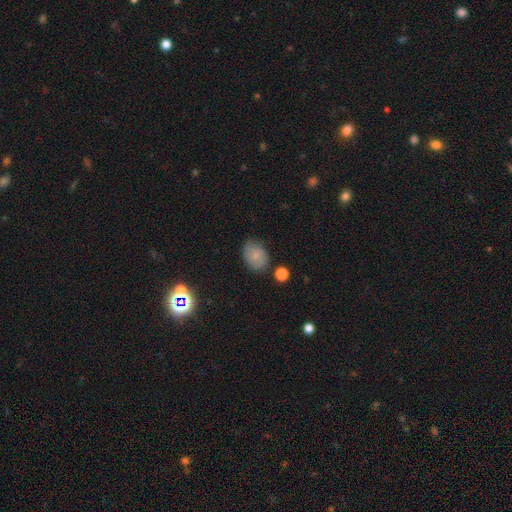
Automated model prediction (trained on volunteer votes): This appears to be a smooth galaxy with no disk features (75%) that is in between round and cigar-shaped (69%). Merging: none (75%).